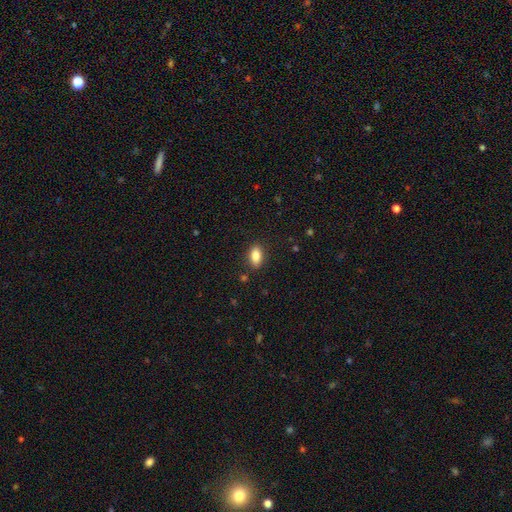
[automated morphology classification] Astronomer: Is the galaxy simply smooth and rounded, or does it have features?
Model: smooth — 86%.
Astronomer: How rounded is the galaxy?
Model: in between — 89%.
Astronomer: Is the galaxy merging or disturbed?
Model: none — 86%.